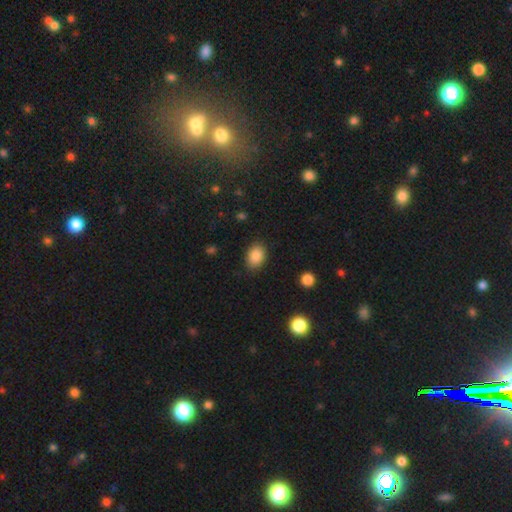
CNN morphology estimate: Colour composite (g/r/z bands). It shows a smooth galaxy with no disk features (87%) that is in between round and cigar-shaped (77%). Merging: none (86%).